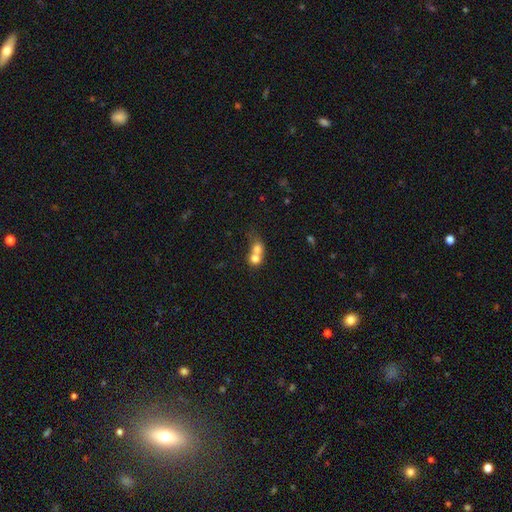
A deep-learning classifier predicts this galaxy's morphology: smooth_or_featured: smooth (p=0.70) [alt: featured or disk p=0.19]
how_rounded: round (p=0.73) [alt: in between p=0.26]
merging: merger (p=0.73) [alt: none p=0.18]